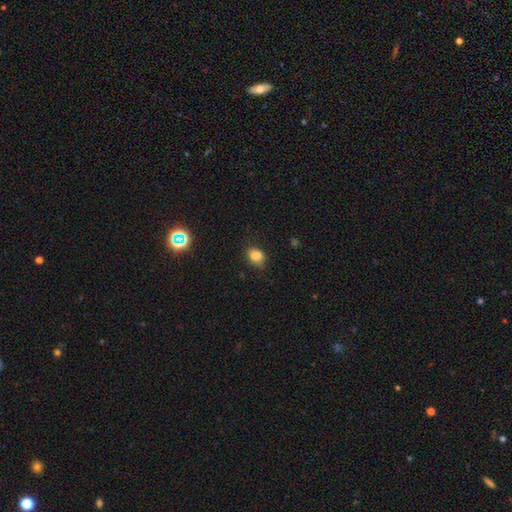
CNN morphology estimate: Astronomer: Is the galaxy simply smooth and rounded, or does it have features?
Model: smooth — 79%.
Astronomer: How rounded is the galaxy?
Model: in between — 61% (runner-up: round, 38%).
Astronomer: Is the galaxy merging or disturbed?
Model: none — 65%.